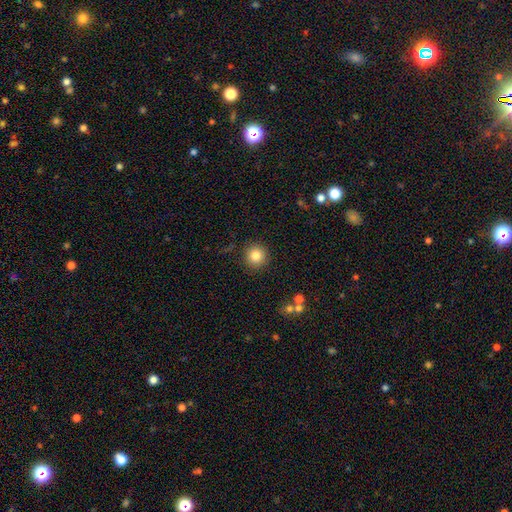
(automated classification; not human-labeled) Smooth or featured: smooth — 83% (star or artifact — 10%)
How rounded: round — 94% (in between — 5%)
Merging: none — 89% (minor disturbance — 6%)